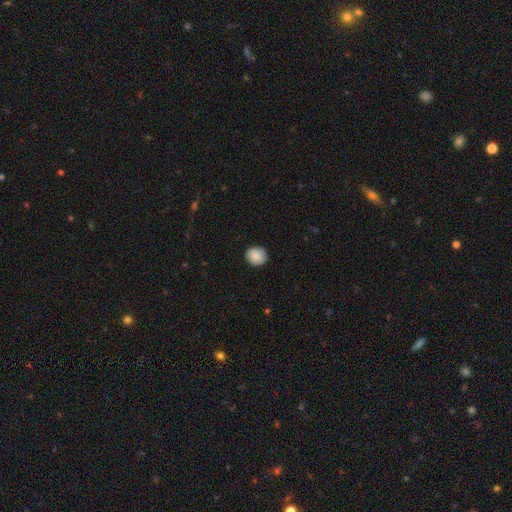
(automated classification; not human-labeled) Smooth or featured? Predicted: smooth (p=0.88). How rounded? Predicted: round (p=0.81). Merging? Predicted: none (p=0.87).